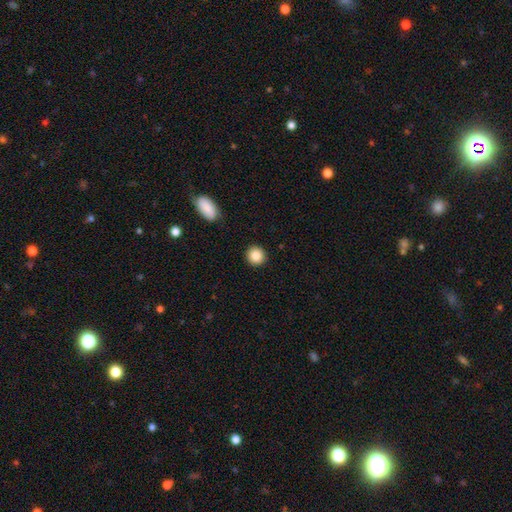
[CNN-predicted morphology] This is clearly a smooth galaxy (86%). How rounded: clearly round (92%). Merging: clearly none (92%).